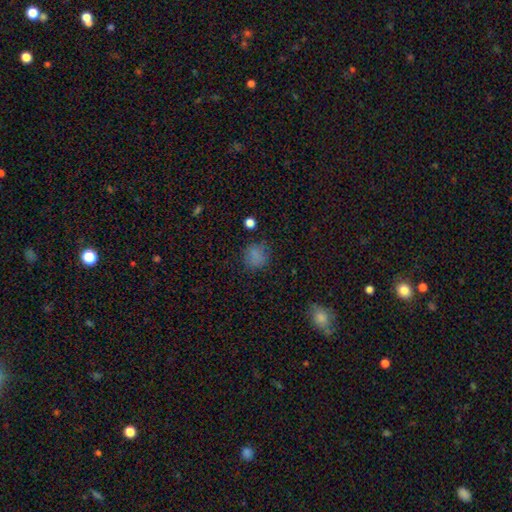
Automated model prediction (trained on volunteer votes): Smooth or featured?
  - smooth: 78% *
  - star or artifact: 16%
  - featured or disk: 6%
How rounded?
  - round: 84% *
  - in between: 15%
  - cigar-shaped: 1%
Merging?
  - none: 78% *
  - minor disturbance: 14%
  - major disturbance: 5%
  - merger: 2%